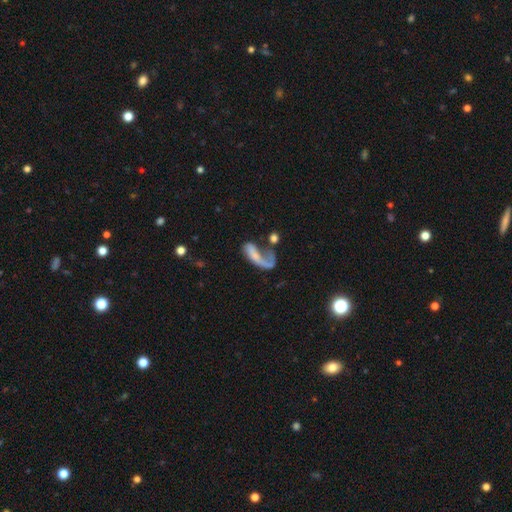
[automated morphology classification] This is possibly a featured or disk galaxy (51%). It is clearly not viewed edge-on (90%). Merging: marginally major disturbance (42%).